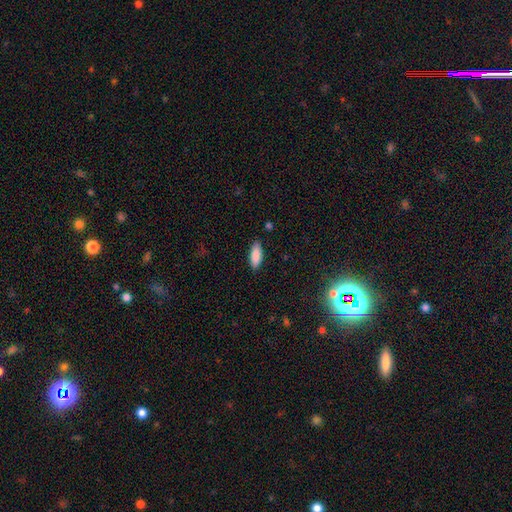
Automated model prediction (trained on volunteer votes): Smooth or featured?
  - smooth: 88% *
  - star or artifact: 6%
  - featured or disk: 6%
How rounded?
  - in between: 72% *
  - cigar-shaped: 26%
  - round: 2%
Merging?
  - none: 86% *
  - minor disturbance: 10%
  - major disturbance: 2%
  - merger: 1%